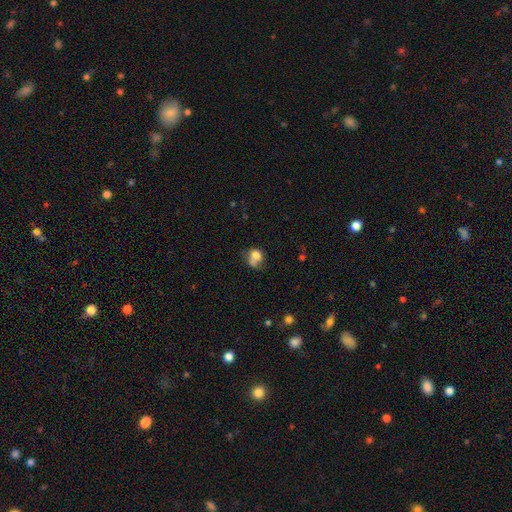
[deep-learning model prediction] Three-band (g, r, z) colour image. It shows a smooth galaxy with no disk features (73%) that is round (67%). Merging: merger (40%).